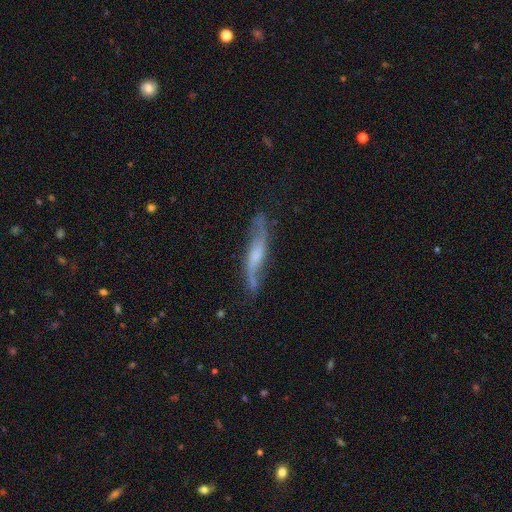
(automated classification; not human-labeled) Q: Smooth or featured?
A: featured or disk (74%); runner-up: smooth (20%)
Q: Edge-on disk?
A: no (63%); runner-up: yes (37%)
Q: Merging?
A: none (68%); runner-up: minor disturbance (21%)